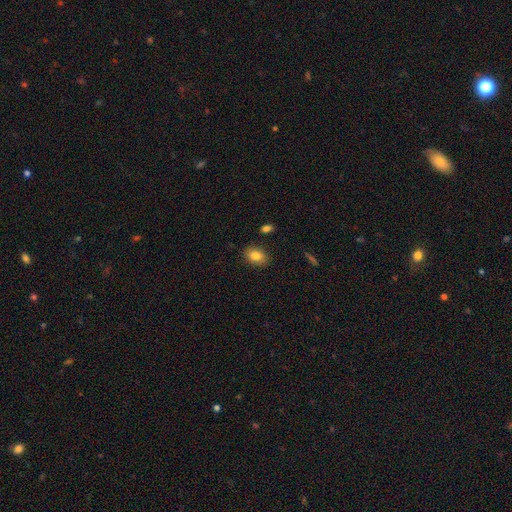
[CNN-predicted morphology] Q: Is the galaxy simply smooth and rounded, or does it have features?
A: smooth — 82%.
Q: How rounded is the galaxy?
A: in between — 77%.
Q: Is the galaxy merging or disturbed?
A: none — 85%.